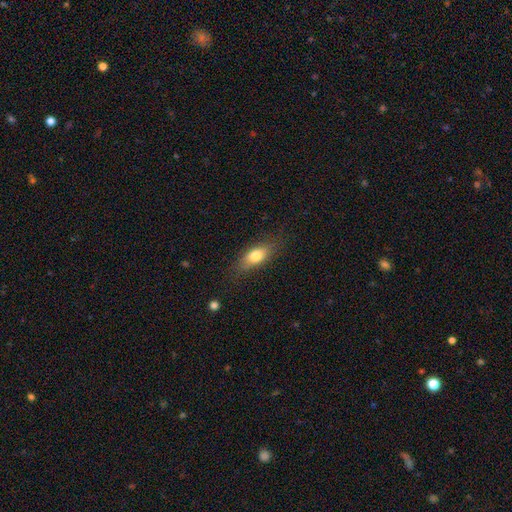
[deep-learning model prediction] Smooth or featured: smooth — 74% (featured or disk — 19%)
How rounded: in between — 77% (cigar-shaped — 17%)
Merging: none — 76% (minor disturbance — 17%)